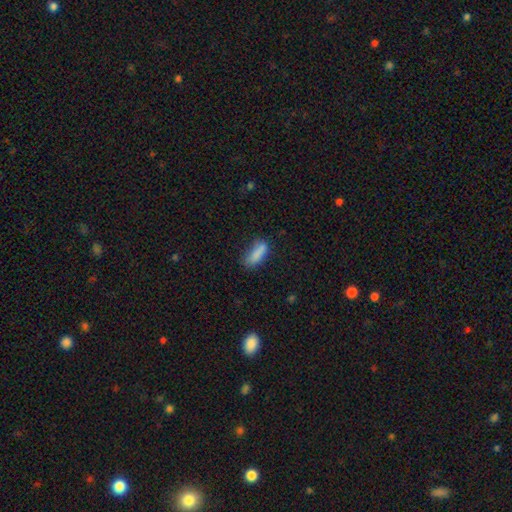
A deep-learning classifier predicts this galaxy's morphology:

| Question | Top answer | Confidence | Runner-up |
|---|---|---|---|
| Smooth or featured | smooth | 83% | star or artifact (9%) |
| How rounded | in between | 62% | cigar-shaped (36%) |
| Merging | none | 56% | minor disturbance (29%) |